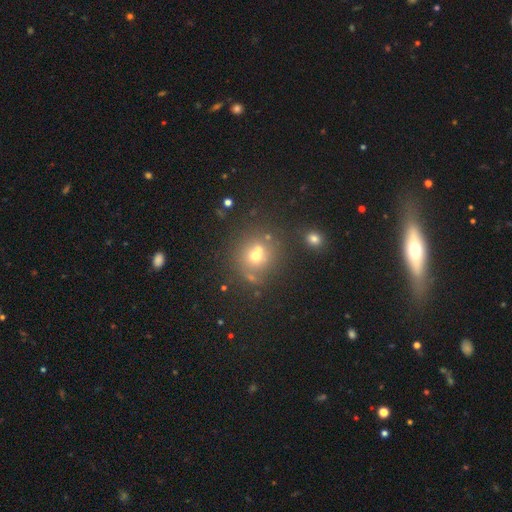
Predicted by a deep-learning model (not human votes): This appears to be a smooth galaxy with no disk features (61%) that is round (83%). Merging: none (57%).